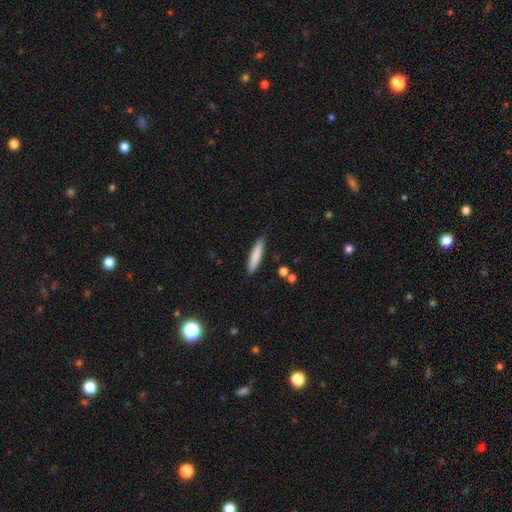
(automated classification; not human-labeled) smooth 82%, featured or disk 12%, star or artifact 6%. Down the decision tree: how rounded — cigar-shaped (85%); merging — none (84%).